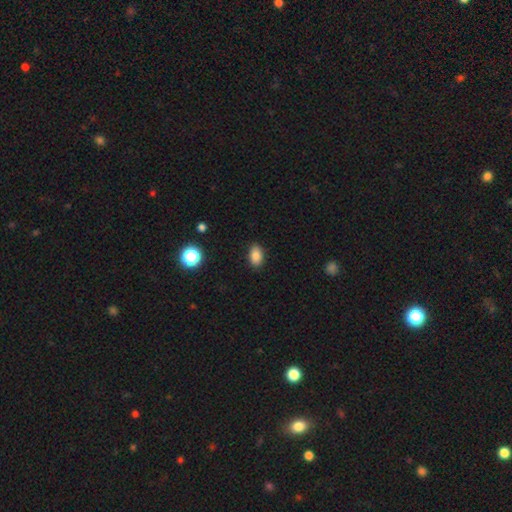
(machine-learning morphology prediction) A smooth galaxy with no disk features (83%) that is in between round and cigar-shaped (86%). Merging: none (87%).